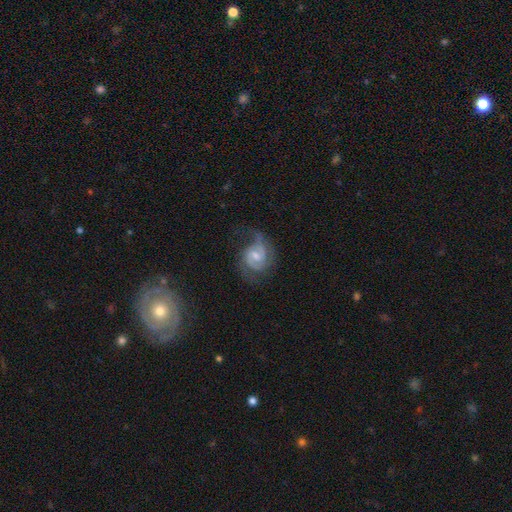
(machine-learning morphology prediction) Smooth or featured: featured or disk — 82% (smooth — 12%)
Edge-on disk: no — 98% (yes — 2%)
Bar: weak — 57% (no — 31%)
Spiral arms: yes — 95% (no — 5%)
Spiral winding: medium — 49% (tight — 31%)
Spiral arm count: 2 — 75% (can't tell — 9%)
Bulge size: moderate — 44% (small — 43%)
Merging: none — 56% (minor disturbance — 22%)